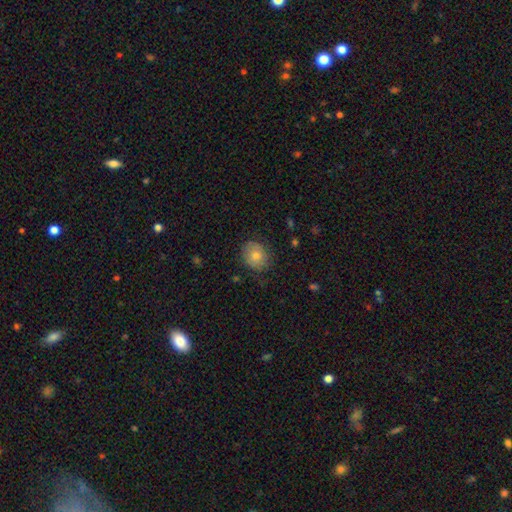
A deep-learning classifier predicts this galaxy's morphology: Smooth or featured?
  - smooth: 76% *
  - featured or disk: 16%
  - star or artifact: 8%
How rounded?
  - round: 60% *
  - in between: 39%
  - cigar-shaped: 1%
Merging?
  - none: 74% *
  - minor disturbance: 19%
  - major disturbance: 5%
  - merger: 1%